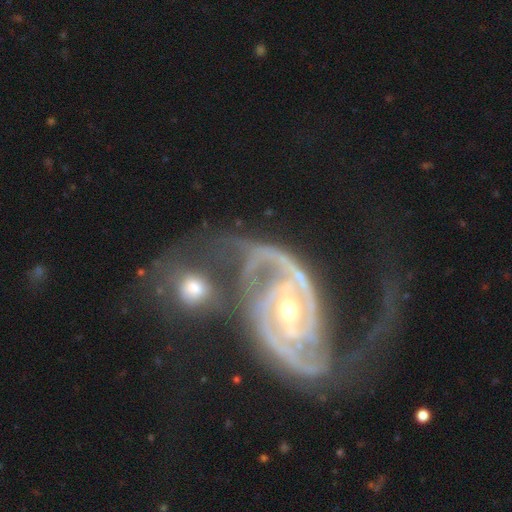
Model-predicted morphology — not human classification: Overall: featured or disk (84%). Edge-on disk: no (97%). Bar: weak (37%; strong 35%). Spiral arms: yes (91%). Spiral arm count: 2 (65%). Spiral winding: medium (45%; tight 36%). Bulge size: moderate (48%; small 46%). Merging: none (33%; major disturbance 26%).